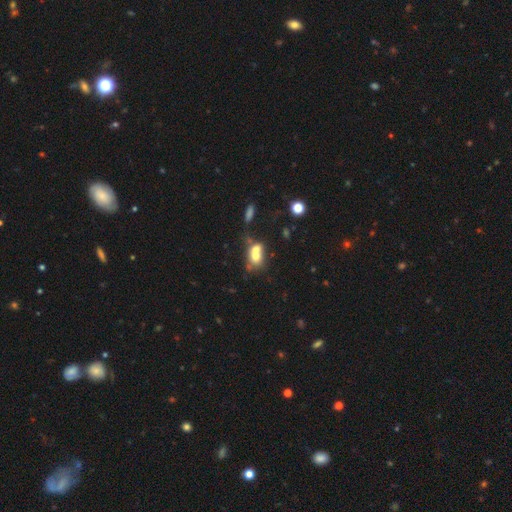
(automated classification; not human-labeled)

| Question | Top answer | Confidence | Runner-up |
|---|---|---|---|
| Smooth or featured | smooth | 63% | featured or disk (25%) |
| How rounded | in between | 54% | round (44%) |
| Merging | merger | 64% | none (21%) |